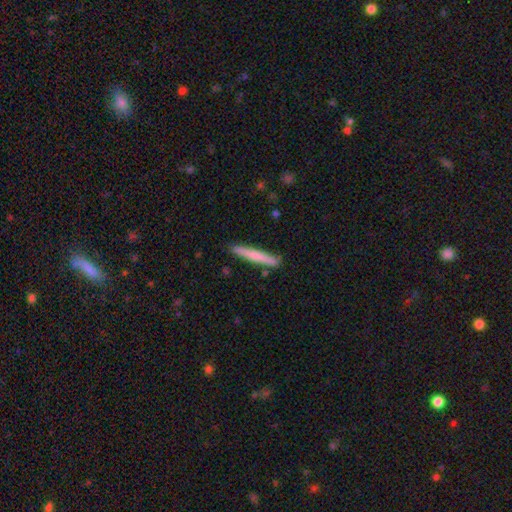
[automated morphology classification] Smooth or featured?
  - smooth: 69% *
  - featured or disk: 26%
  - star or artifact: 5%
How rounded?
  - cigar-shaped: 96% *
  - in between: 3%
  - round: 1%
Merging?
  - none: 87% *
  - minor disturbance: 9%
  - merger: 2%
  - major disturbance: 2%